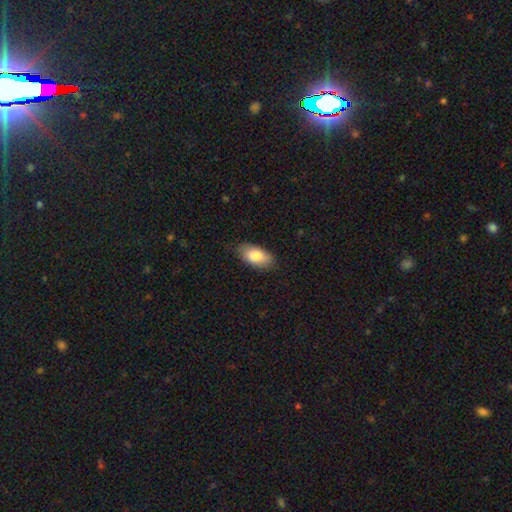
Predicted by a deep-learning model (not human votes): Morphology: type=smooth (85%); roundness=in between (93%); merging=none (81%).